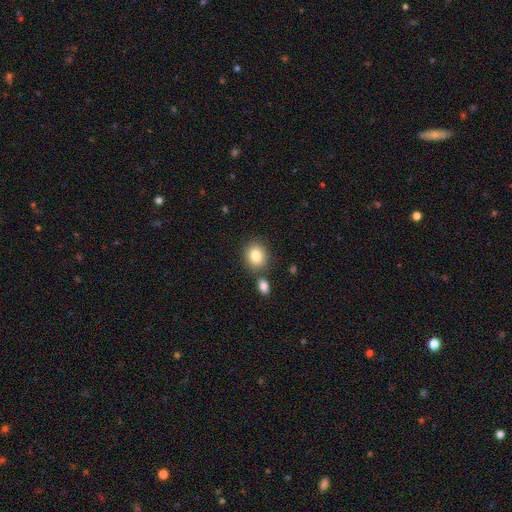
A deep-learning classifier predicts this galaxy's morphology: Smooth or featured? Predicted: smooth (p=0.83). How rounded? Predicted: round (p=0.71). Merging? Predicted: none (p=0.73).